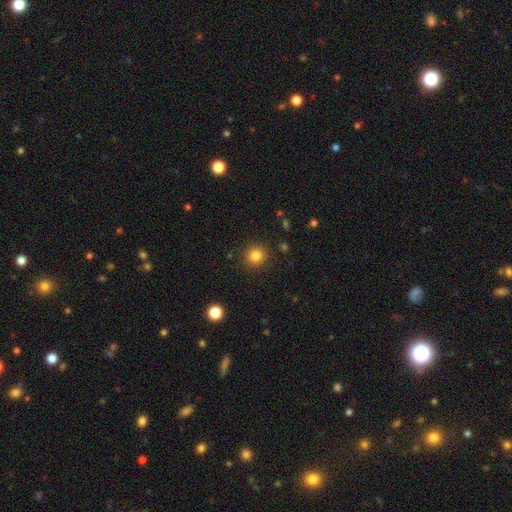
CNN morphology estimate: This is clearly a smooth galaxy (83%). How rounded: clearly round (92%). Merging: clearly none (90%).